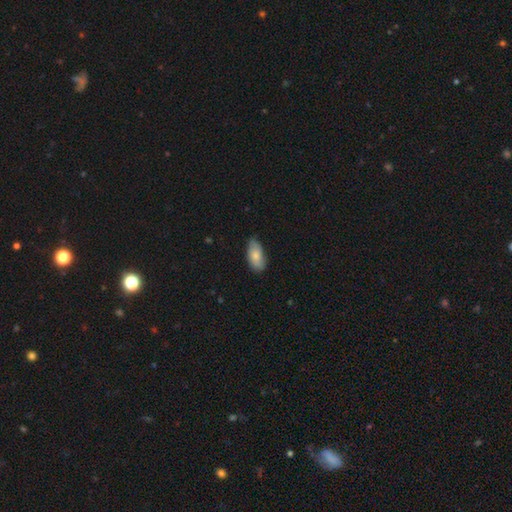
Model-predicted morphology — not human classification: Smooth or featured? Predicted: smooth (p=0.78). How rounded? Predicted: in between (p=0.91). Merging? Predicted: none (p=0.77).